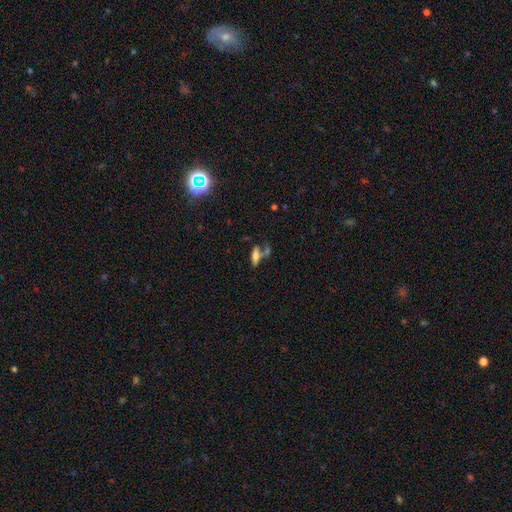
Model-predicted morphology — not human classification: Smooth or featured?
  - smooth: 60% *
  - featured or disk: 28%
  - star or artifact: 12%
How rounded?
  - in between: 53% *
  - cigar-shaped: 43%
  - round: 4%
Merging?
  - none: 51% *
  - merger: 29%
  - minor disturbance: 13%
  - major disturbance: 6%